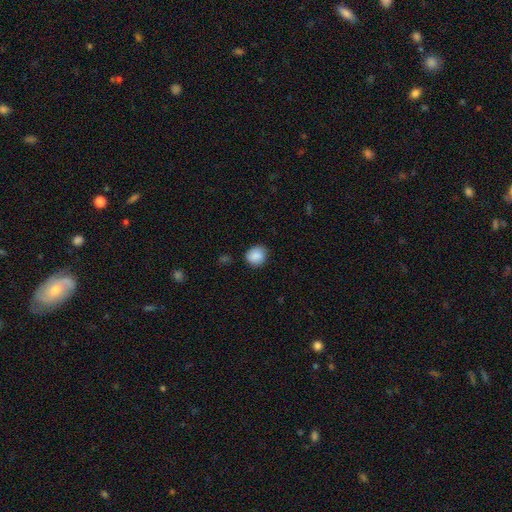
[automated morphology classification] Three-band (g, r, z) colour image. It shows a smooth galaxy with no disk features (88%) that is round (70%). Merging: none (79%).